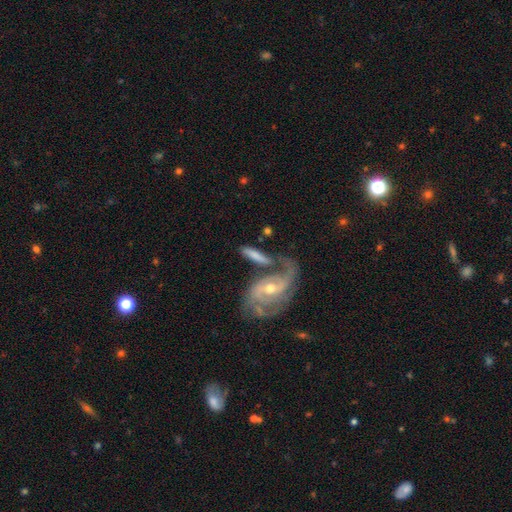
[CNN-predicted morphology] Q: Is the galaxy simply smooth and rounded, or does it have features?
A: featured or disk — 52%.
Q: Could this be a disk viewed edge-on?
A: no — 81%.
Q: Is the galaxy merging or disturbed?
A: none — 45%.